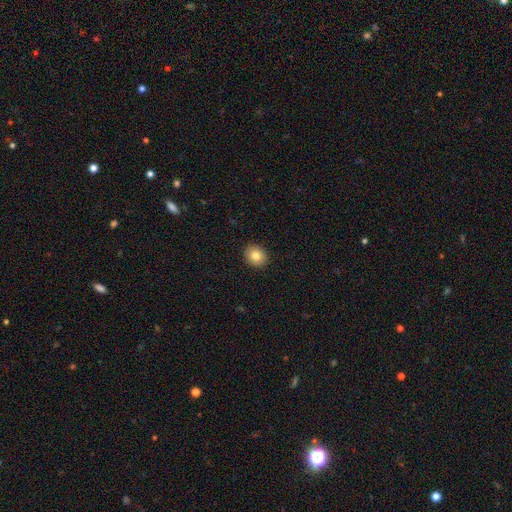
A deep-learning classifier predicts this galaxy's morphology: smooth-or-featured: smooth: 81% | featured or disk: 10% | star or artifact: 9%
  how-rounded: round: 63% | in between: 36% | cigar-shaped: 1%
  merging: none: 92% | minor disturbance: 6% | major disturbance: 2% | merger: 1%